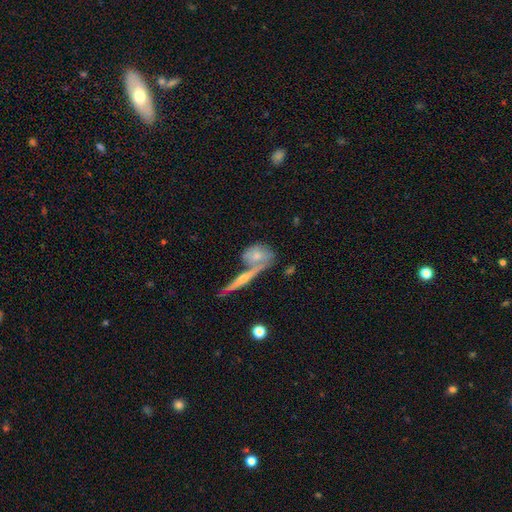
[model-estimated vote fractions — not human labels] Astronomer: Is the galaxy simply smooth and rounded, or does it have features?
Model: smooth — 55% (runner-up: featured or disk, 38%).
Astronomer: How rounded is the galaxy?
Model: in between — 48% (runner-up: round, 34%).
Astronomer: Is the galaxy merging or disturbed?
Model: none — 41% (runner-up: merger, 39%).